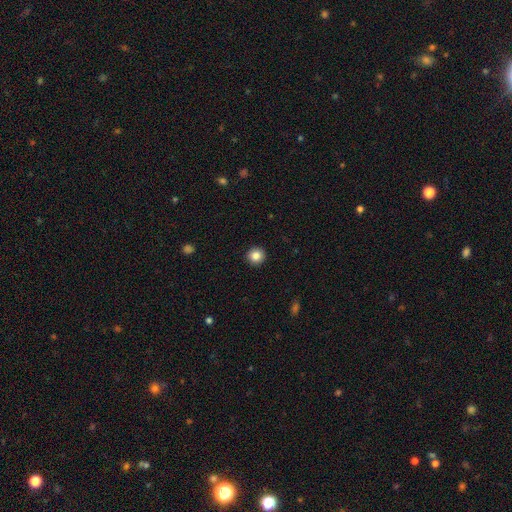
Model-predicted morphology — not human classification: This appears to be a smooth galaxy with no disk features (84%) that is round (95%). Merging: none (93%).